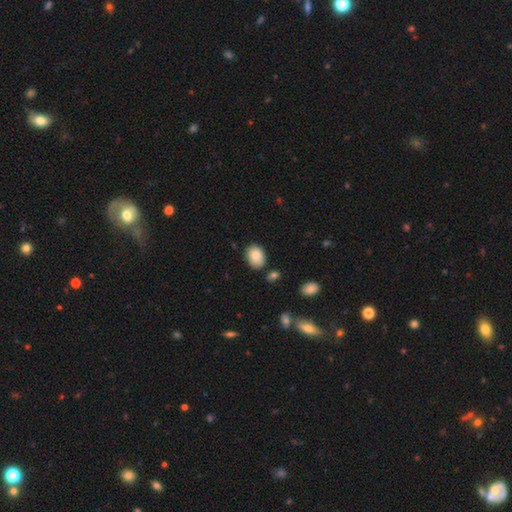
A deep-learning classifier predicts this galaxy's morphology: smooth-or-featured: smooth: 86% | star or artifact: 7% | featured or disk: 6%
  how-rounded: in between: 72% | round: 27% | cigar-shaped: 1%
  merging: none: 76% | minor disturbance: 17% | merger: 4% | major disturbance: 3%